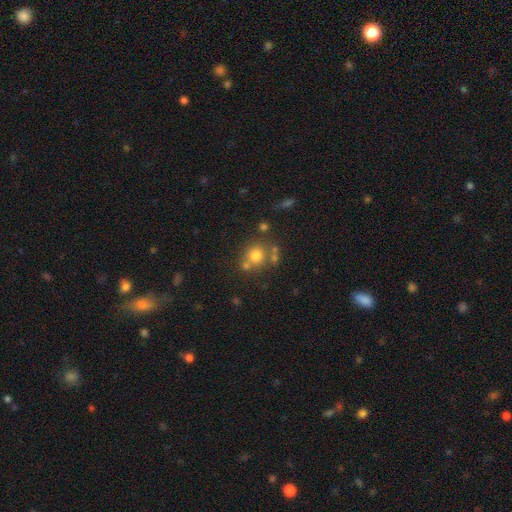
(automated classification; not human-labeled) A smooth galaxy with no disk features (71%) that is round (87%).

Vote fractions:
- Smooth or featured? smooth: 71% / star or artifact: 16% / featured or disk: 13%
- How rounded? round: 87% / in between: 12% / cigar-shaped: 1%
- Merging? none: 63% / merger: 23% / minor disturbance: 10% / major disturbance: 4%